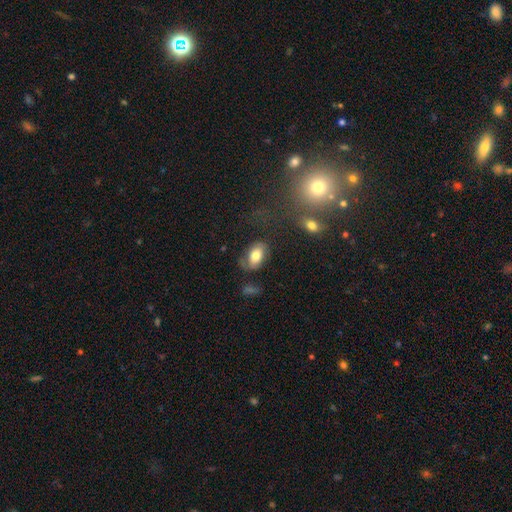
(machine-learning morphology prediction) Q: Smooth or featured?
A: smooth (70%); runner-up: featured or disk (23%)
Q: How rounded?
A: in between (90%); runner-up: round (8%)
Q: Merging?
A: none (61%); runner-up: minor disturbance (24%)